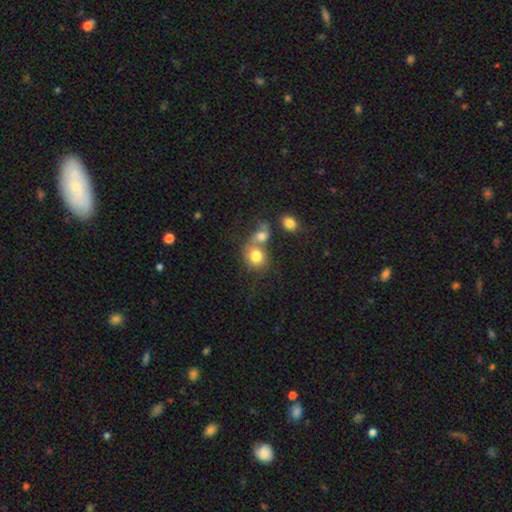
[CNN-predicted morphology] A smooth galaxy with no disk features (75%) that is round (69%).

Vote fractions:
- Smooth or featured? smooth: 75% / featured or disk: 15% / star or artifact: 10%
- How rounded? round: 69% / in between: 30% / cigar-shaped: 1%
- Merging? merger: 57% / none: 29% / minor disturbance: 8% / major disturbance: 6%